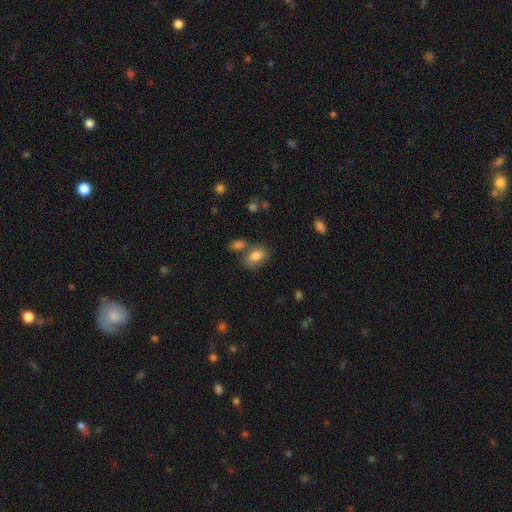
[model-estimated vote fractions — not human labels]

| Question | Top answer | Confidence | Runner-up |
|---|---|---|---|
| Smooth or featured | smooth | 79% | featured or disk (13%) |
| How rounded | in between | 85% | round (13%) |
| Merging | none | 57% | merger (19%) |